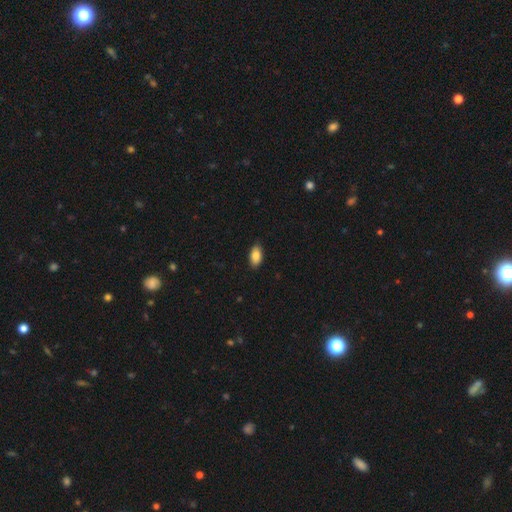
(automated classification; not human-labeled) smooth 86%, featured or disk 7%, star or artifact 7%. Down the decision tree: how rounded — in between (93%); merging — none (88%).